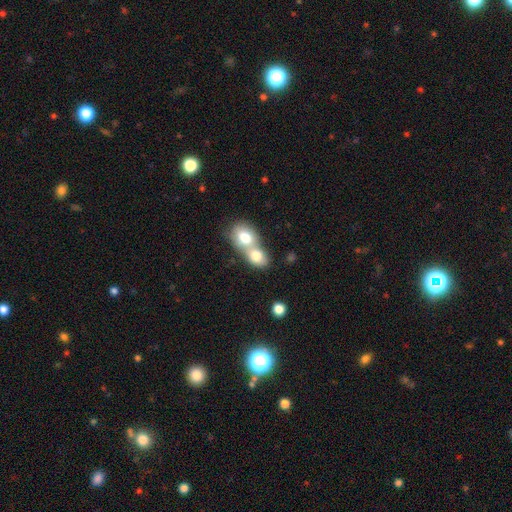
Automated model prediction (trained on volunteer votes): Smooth or featured: smooth — 74% (featured or disk — 18%)
How rounded: in between — 57% (round — 41%)
Merging: merger — 76% (none — 16%)